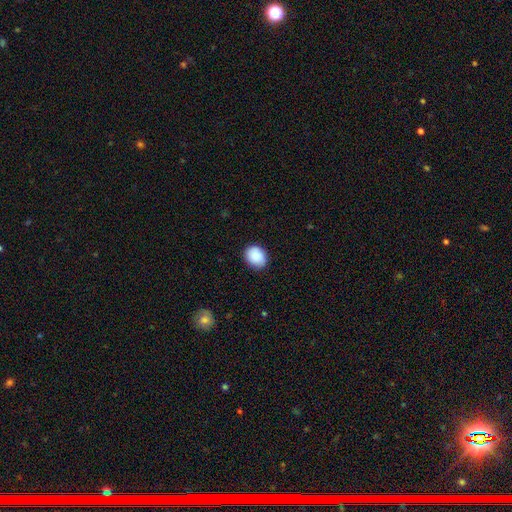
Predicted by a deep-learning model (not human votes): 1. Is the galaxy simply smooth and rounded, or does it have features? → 88% smooth, 7% star or artifact, 4% featured or disk.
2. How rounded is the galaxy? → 52% round, 47% in between, 1% cigar-shaped.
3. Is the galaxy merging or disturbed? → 84% none, 13% minor disturbance, 3% major disturbance, 1% merger.